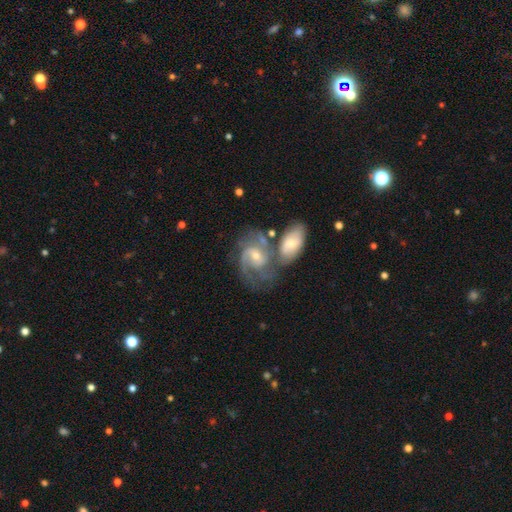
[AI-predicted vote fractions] smooth_or_featured: featured or disk (p=0.84) [alt: smooth p=0.10]
disk_edge_on: no (p=0.97) [alt: yes p=0.03]
bar: weak (p=0.48) [alt: no p=0.39]
has_spiral_arms: yes (p=0.96) [alt: no p=0.04]
spiral_winding: medium (p=0.53) [alt: tight p=0.29]
spiral_arm_count: 2 (p=0.71) [alt: can't tell p=0.11]
bulge_size: small (p=0.49) [alt: moderate p=0.45]
merging: merger (p=0.43) [alt: none p=0.35]